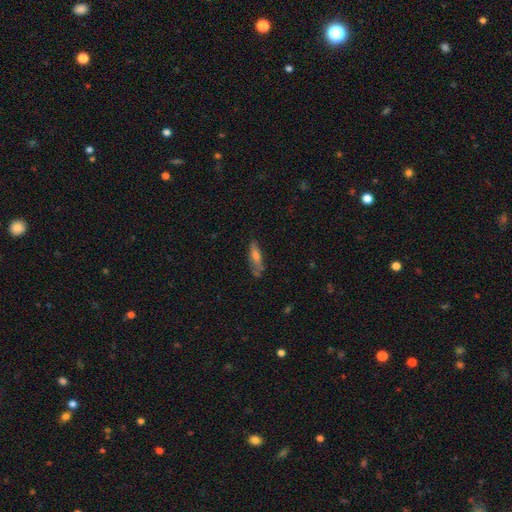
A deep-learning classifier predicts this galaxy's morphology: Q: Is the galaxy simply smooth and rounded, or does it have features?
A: smooth — 57%.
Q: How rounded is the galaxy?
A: cigar-shaped — 66%.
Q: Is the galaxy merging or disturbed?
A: none — 67%.